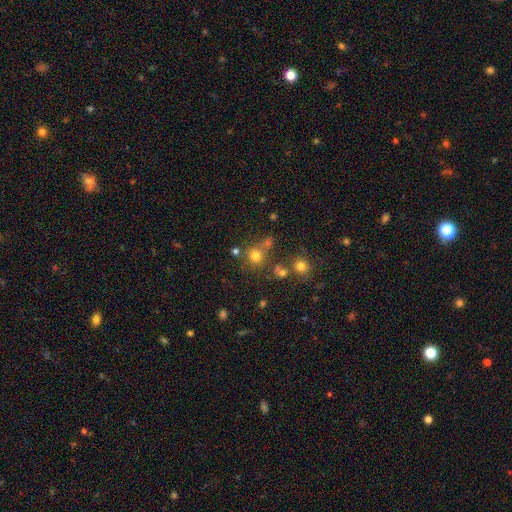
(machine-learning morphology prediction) Smooth or featured? Predicted: smooth (p=0.72). How rounded? Predicted: round (p=0.89). Merging? Predicted: none (p=0.65).